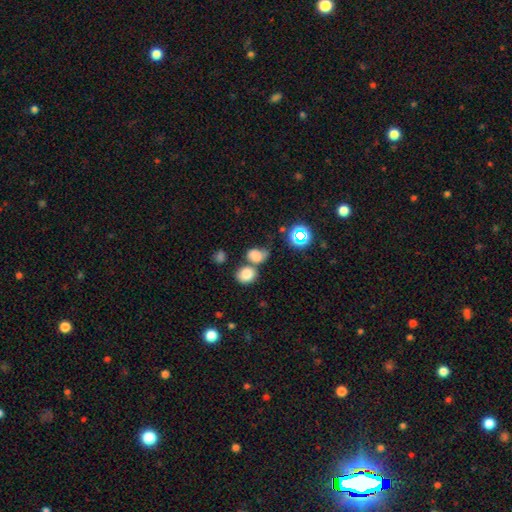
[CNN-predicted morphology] Q: Smooth or featured?
A: smooth (73%); runner-up: star or artifact (16%)
Q: How rounded?
A: in between (52%); runner-up: round (46%)
Q: Merging?
A: merger (38%); runner-up: none (36%)